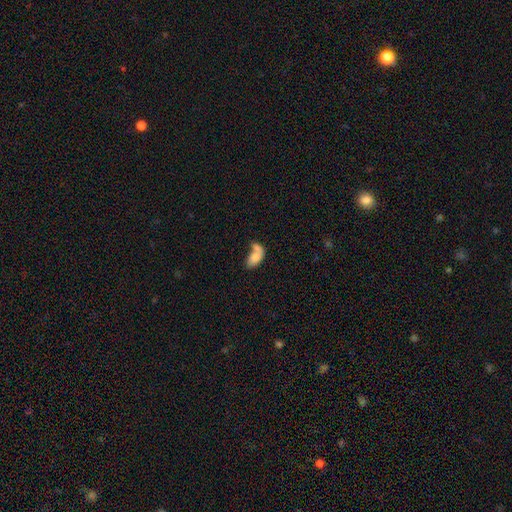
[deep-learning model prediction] The model was most divided on "merging": merger: 52%, none: 22%, major disturbance: 14%, minor disturbance: 12%. More confident: how rounded — in between (89%); smooth or featured — smooth (71%).